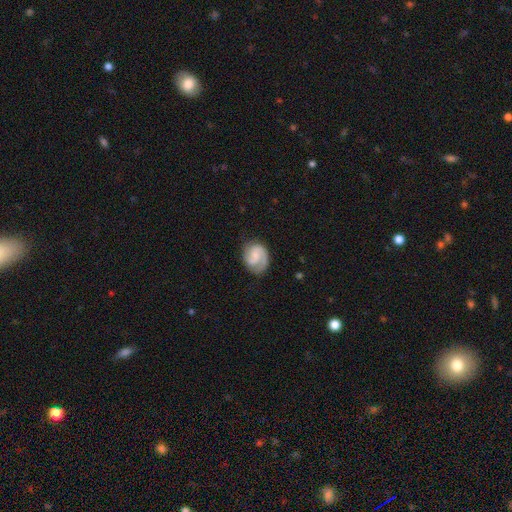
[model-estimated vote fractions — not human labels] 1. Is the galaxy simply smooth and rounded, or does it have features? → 77% featured or disk, 18% smooth, 5% star or artifact.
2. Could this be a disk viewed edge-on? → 98% no, 2% yes.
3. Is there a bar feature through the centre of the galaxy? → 46% no, 45% weak, 9% strong.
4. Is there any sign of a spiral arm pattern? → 96% yes, 4% no.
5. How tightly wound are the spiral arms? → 45% medium, 40% tight, 15% loose.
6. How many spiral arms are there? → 75% 2, 17% 1, 5% can't tell, 2% 3, 1% 4, 1% more than 4.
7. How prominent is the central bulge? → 47% small, 26% none, 23% moderate, 3% large, 1% dominant.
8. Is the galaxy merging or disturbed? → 73% none, 18% minor disturbance, 7% major disturbance, 1% merger.